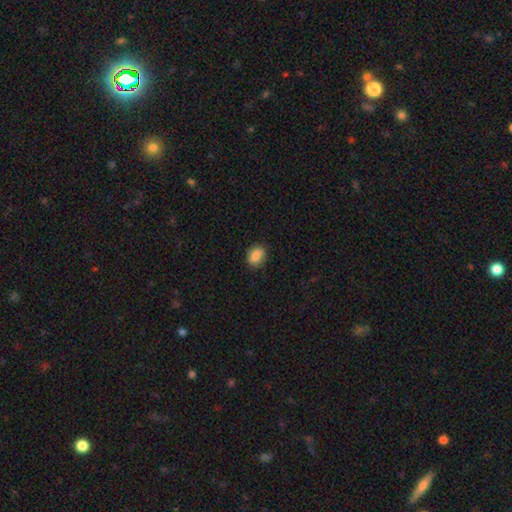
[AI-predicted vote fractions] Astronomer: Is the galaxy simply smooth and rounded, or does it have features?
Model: smooth — 85%.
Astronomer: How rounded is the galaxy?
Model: in between — 69%.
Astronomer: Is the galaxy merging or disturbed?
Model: none — 85%.